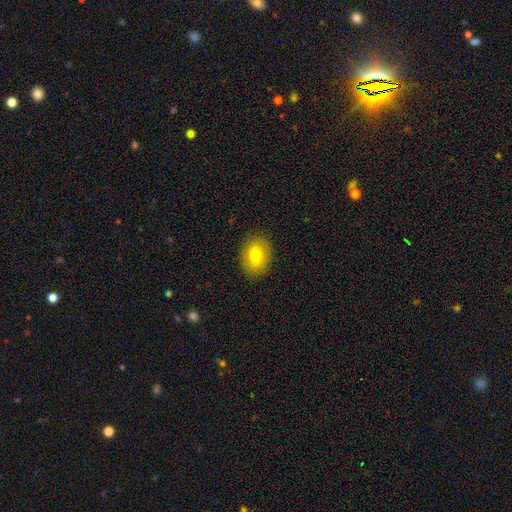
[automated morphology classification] This is likely a smooth galaxy (74%). How rounded: likely in between (71%). Merging: clearly none (87%).